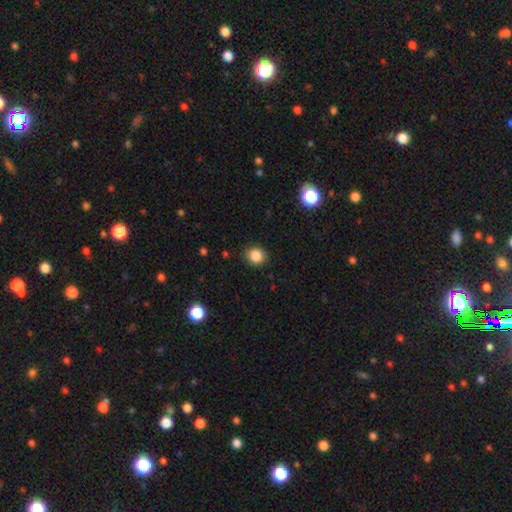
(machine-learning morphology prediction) The model was most divided on "how rounded": round: 83%, in between: 16%, cigar-shaped: 1%. More confident: merging — none (88%); smooth or featured — smooth (85%).